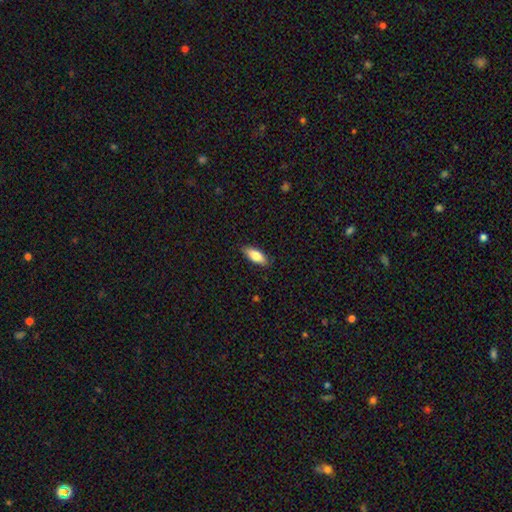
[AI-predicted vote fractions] The model was most divided on "how rounded": in between: 78%, cigar-shaped: 20%, round: 2%. More confident: merging — none (86%); smooth or featured — smooth (81%).